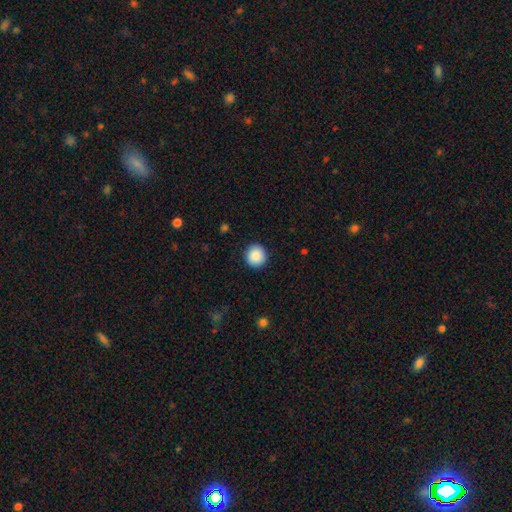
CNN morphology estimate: smooth 89%, star or artifact 7%, featured or disk 3%. Down the decision tree: how rounded — round (93%); merging — none (91%).